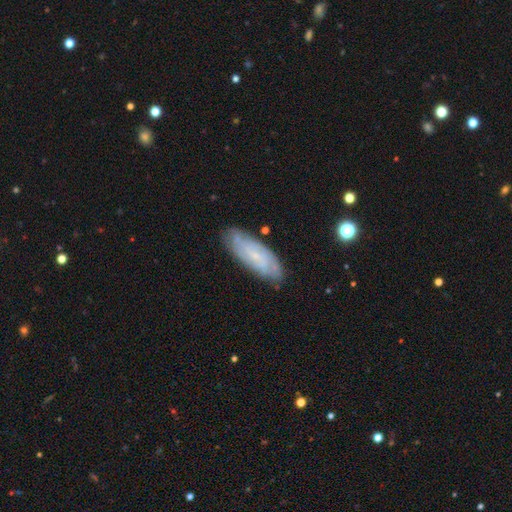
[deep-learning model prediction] A featured or disk galaxy (63%) with no bar (67%), spiral arms (87%) and a small central bulge (80%).

Vote fractions:
- Smooth or featured? featured or disk: 63% / smooth: 29% / star or artifact: 7%
- Edge-on disk? no: 87% / yes: 13%
- Bar? no: 67% / weak: 28% / strong: 5%
- Spiral arms? yes: 87% / no: 13%
- Bulge size? small: 80% / moderate: 11% / none: 7% / large: 1% / dominant: 1%
- Merging? none: 80% / minor disturbance: 15% / major disturbance: 3% / merger: 1%